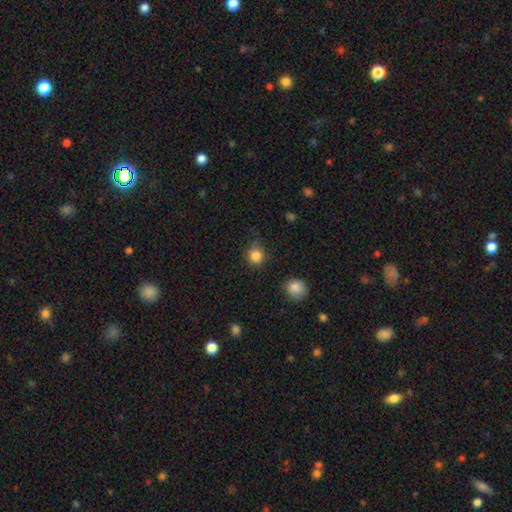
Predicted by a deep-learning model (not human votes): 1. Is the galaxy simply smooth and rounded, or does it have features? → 84% smooth, 11% star or artifact, 4% featured or disk.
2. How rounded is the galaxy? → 89% round, 11% in between, 1% cigar-shaped.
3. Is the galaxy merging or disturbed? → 76% none, 17% minor disturbance, 4% major disturbance, 2% merger.